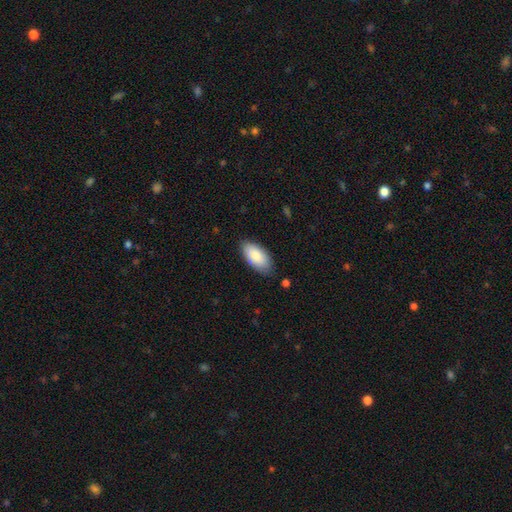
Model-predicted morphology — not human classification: This appears to be a smooth galaxy with no disk features (83%) that is in between round and cigar-shaped (93%). Merging: none (79%).